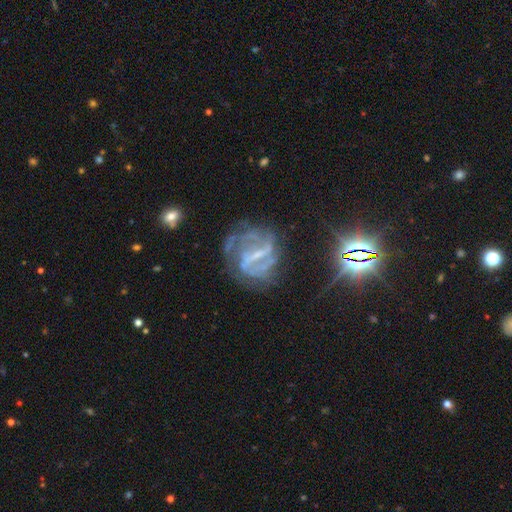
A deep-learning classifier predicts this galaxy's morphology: Overall: featured or disk (81%). Edge-on disk: no (97%). Bar: strong (54%; weak 34%). Spiral arms: yes (89%). Spiral arm count: 2 (41%; can't tell 26%). Spiral winding: medium (46%; tight 32%). Bulge size: small (50%; none 33%). Merging: none (58%; major disturbance 20%).